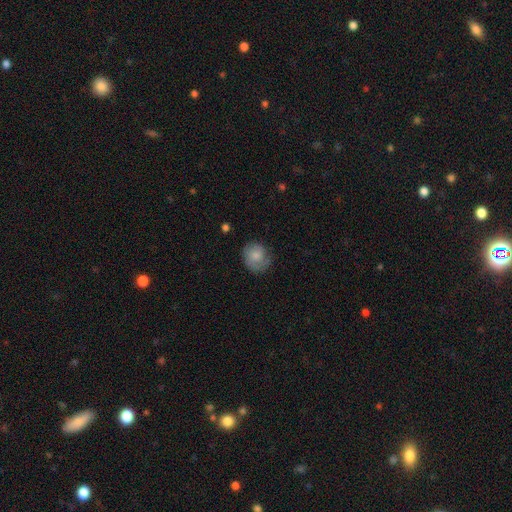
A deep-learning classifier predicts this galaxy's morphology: Smooth or featured?
  - smooth: 69% *
  - featured or disk: 23%
  - star or artifact: 7%
How rounded?
  - round: 75% *
  - in between: 24%
  - cigar-shaped: 1%
Merging?
  - none: 66% *
  - minor disturbance: 24%
  - major disturbance: 9%
  - merger: 1%